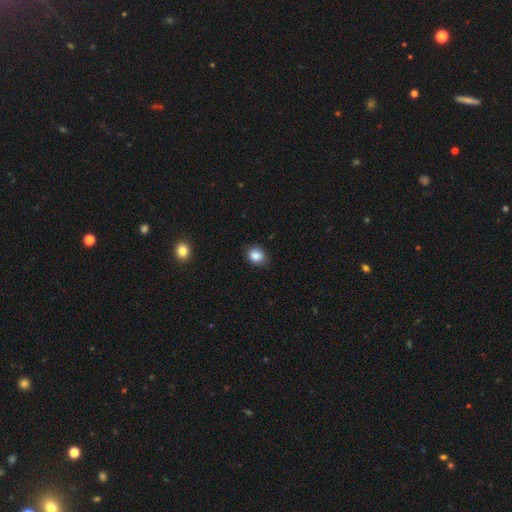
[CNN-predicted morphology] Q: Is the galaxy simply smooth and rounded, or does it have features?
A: smooth — 86%.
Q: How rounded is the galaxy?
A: round — 53%.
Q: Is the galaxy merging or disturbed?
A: none — 82%.